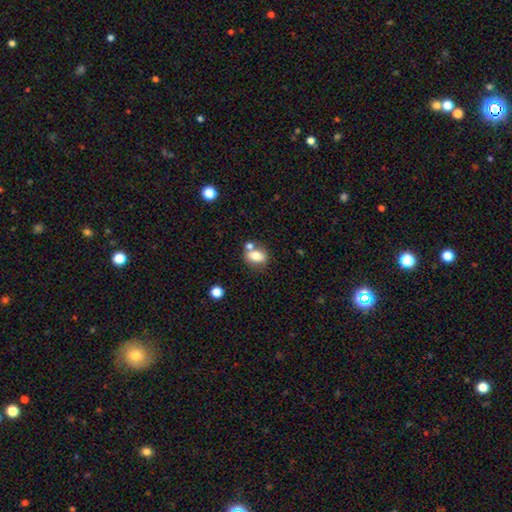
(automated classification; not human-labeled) smooth-or-featured: smooth: 75% | featured or disk: 16% | star or artifact: 9%
  how-rounded: in between: 64% | round: 33% | cigar-shaped: 2%
  merging: none: 58% | merger: 25% | minor disturbance: 13% | major disturbance: 4%